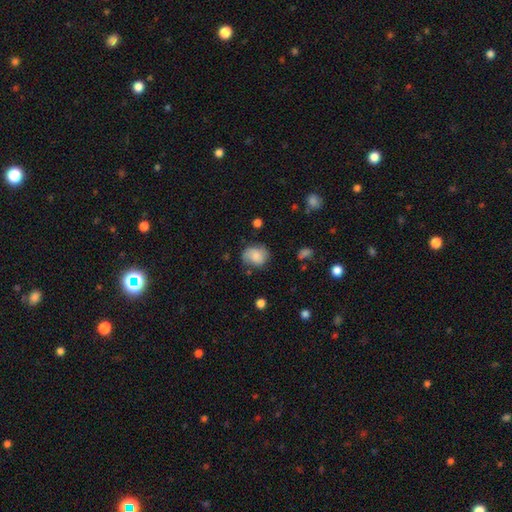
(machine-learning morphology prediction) Overall: smooth (67%). How rounded: round (63%; in between 36%). Merging: none (64%; minor disturbance 25%).